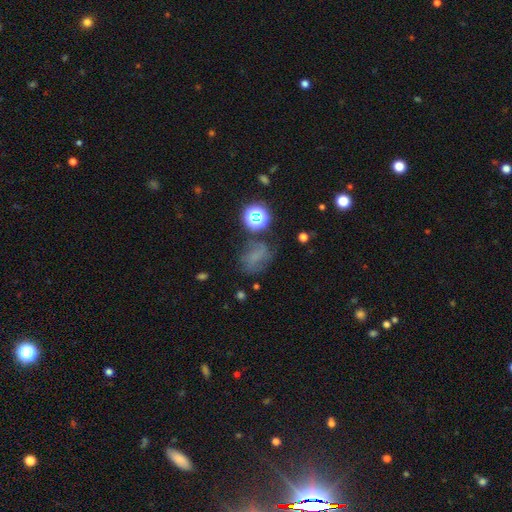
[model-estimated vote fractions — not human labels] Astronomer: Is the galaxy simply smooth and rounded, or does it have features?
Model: smooth — 43% (runner-up: star or artifact, 33%).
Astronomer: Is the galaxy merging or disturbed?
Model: none — 56%.